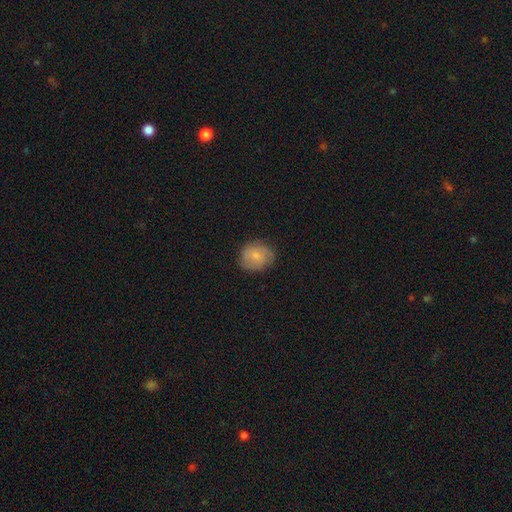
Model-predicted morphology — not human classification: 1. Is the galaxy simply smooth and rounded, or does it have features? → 63% smooth, 29% featured or disk, 7% star or artifact.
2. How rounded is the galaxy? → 80% round, 19% in between, 1% cigar-shaped.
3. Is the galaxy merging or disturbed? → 77% none, 17% minor disturbance, 4% major disturbance, 1% merger.